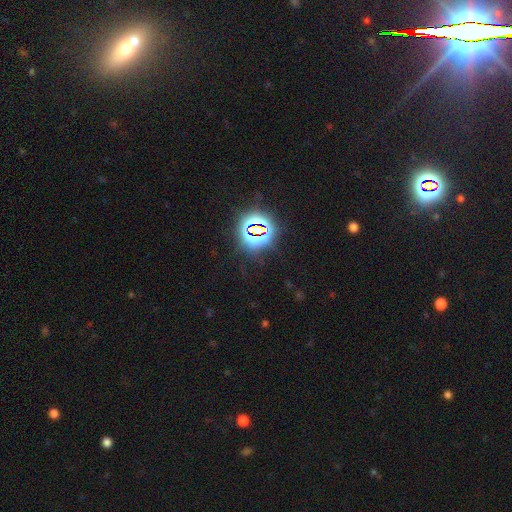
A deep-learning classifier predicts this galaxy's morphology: Smooth or featured? star or artifact (77%)